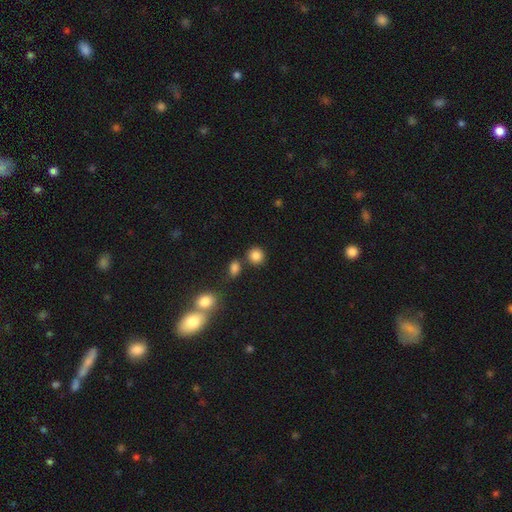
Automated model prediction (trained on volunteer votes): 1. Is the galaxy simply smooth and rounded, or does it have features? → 85% smooth, 11% star or artifact, 5% featured or disk.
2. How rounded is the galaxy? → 86% round, 13% in between, 1% cigar-shaped.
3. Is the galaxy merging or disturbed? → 77% none, 11% merger, 10% minor disturbance, 3% major disturbance.